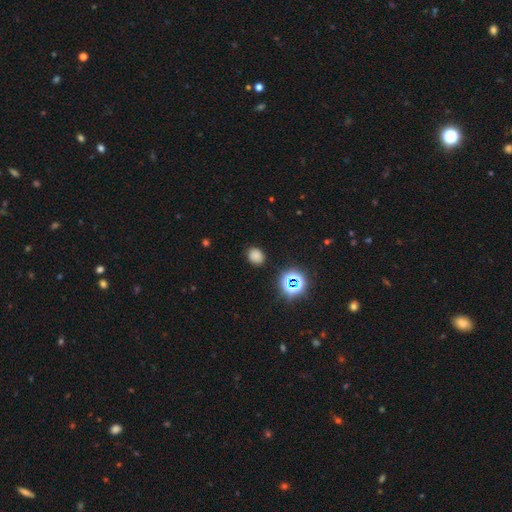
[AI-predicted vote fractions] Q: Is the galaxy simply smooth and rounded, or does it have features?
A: smooth — 74%.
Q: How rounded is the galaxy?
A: round — 62%.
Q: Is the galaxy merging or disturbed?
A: none — 85%.